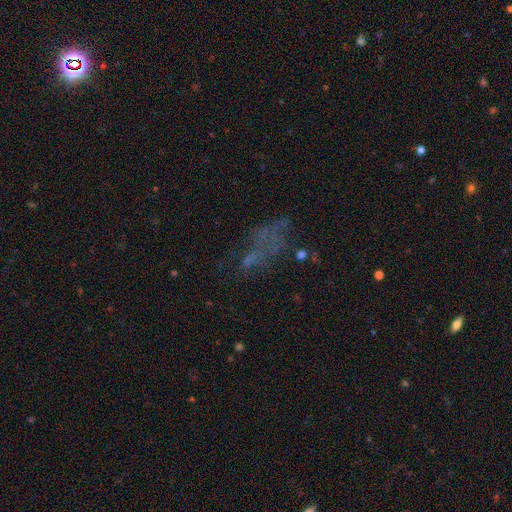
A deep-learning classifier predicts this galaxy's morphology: The model was most divided on "smooth or featured": featured or disk: 35%, smooth: 33%, star or artifact: 32%. Remaining: merging — none (45%).